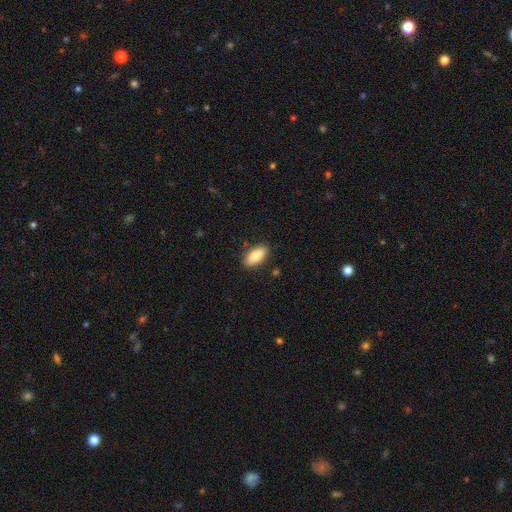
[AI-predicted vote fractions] Smooth or featured? smooth (83%)
How rounded? in between (85%)
Merging? none (86%)